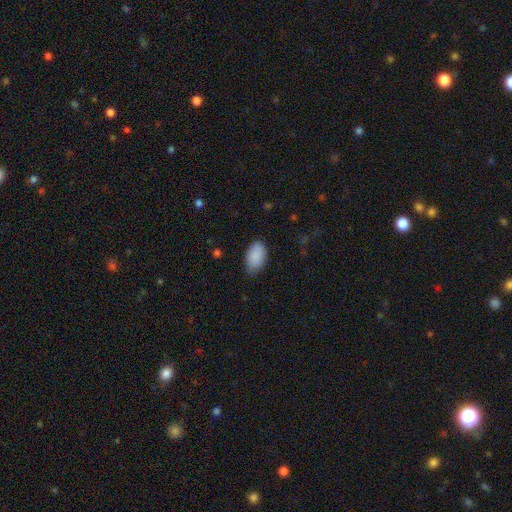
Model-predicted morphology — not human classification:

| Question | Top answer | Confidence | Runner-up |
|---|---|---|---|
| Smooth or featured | smooth | 89% | star or artifact (6%) |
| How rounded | in between | 94% | round (5%) |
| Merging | none | 74% | minor disturbance (21%) |